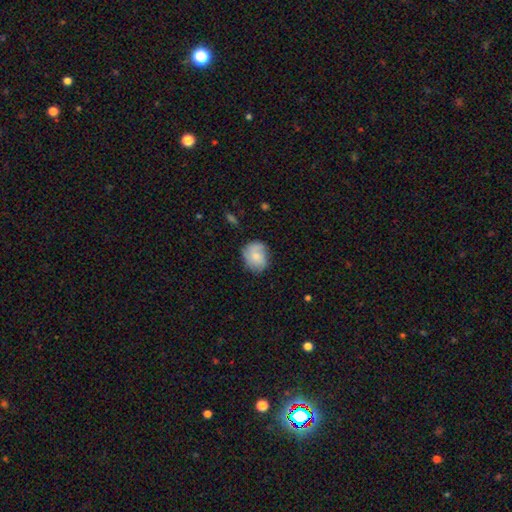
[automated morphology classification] A smooth galaxy with no disk features (68%) that is round (61%).

Vote fractions:
- Smooth or featured? smooth: 68% / featured or disk: 25% / star or artifact: 7%
- How rounded? round: 61% / in between: 38% / cigar-shaped: 1%
- Merging? none: 66% / minor disturbance: 25% / major disturbance: 7% / merger: 2%